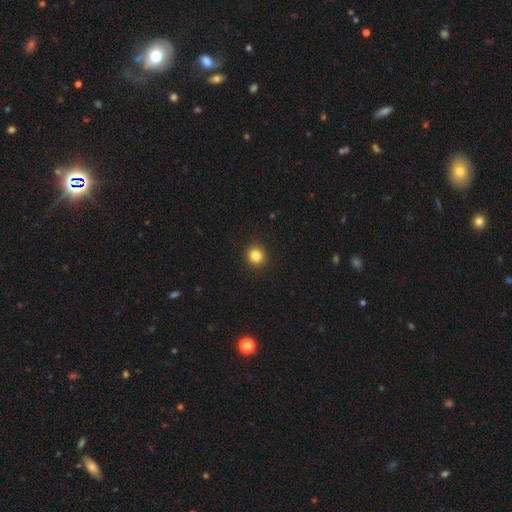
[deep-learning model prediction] The model was most divided on "smooth or featured": smooth: 83%, star or artifact: 11%, featured or disk: 5%. More confident: merging — none (93%); how rounded — round (92%).